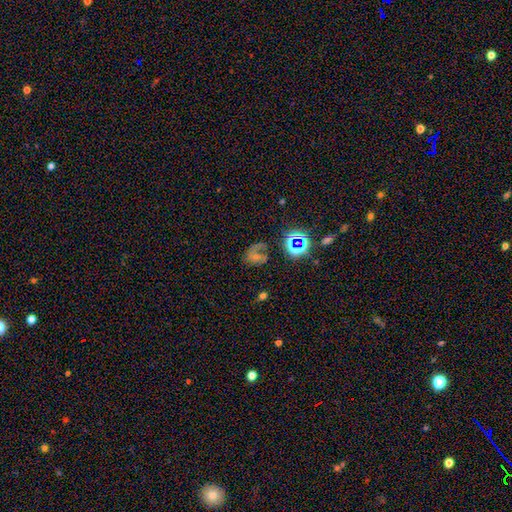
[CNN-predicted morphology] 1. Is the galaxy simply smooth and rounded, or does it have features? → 36% smooth, 35% featured or disk, 28% star or artifact.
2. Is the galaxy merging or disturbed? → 41% none, 27% major disturbance, 23% minor disturbance, 8% merger.